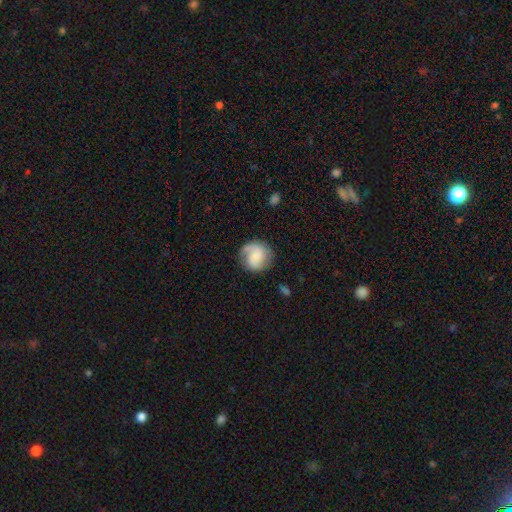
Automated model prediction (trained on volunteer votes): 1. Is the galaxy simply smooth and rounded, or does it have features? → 50% smooth, 42% featured or disk, 8% star or artifact.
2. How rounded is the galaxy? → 82% round, 17% in between, 1% cigar-shaped.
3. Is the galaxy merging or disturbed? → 64% none, 21% minor disturbance, 13% major disturbance, 2% merger.